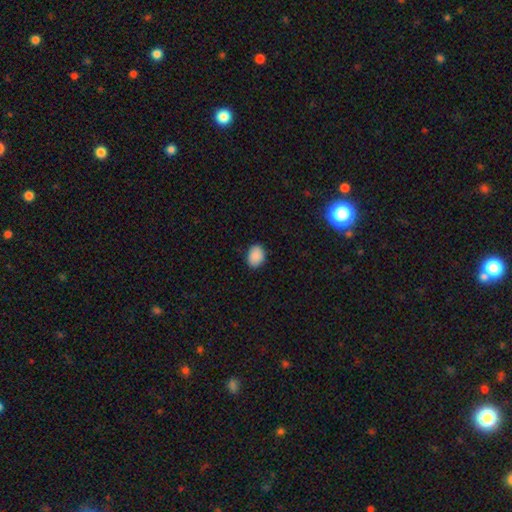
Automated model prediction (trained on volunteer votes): This is clearly a smooth galaxy (90%). How rounded: likely in between (69%). Merging: clearly none (87%).